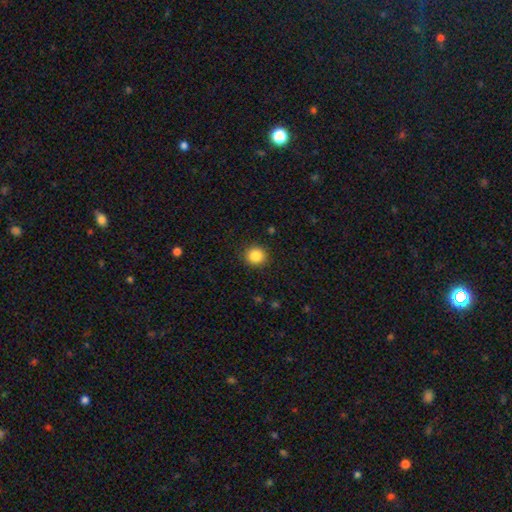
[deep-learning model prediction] A smooth galaxy with no disk features (86%) that is round (90%). Merging: none (91%).